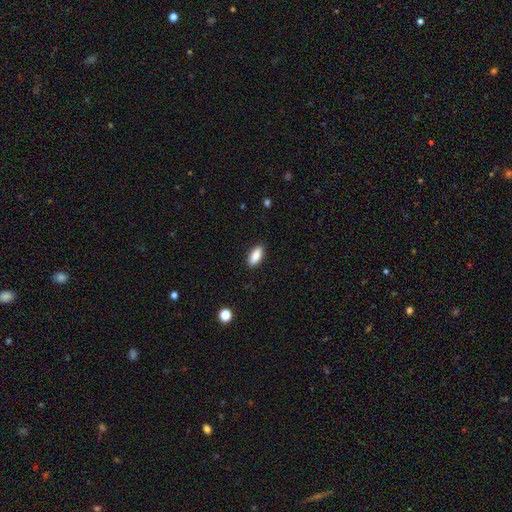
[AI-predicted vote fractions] This is clearly a smooth galaxy (89%). How rounded: clearly in between (86%). Merging: clearly none (89%).